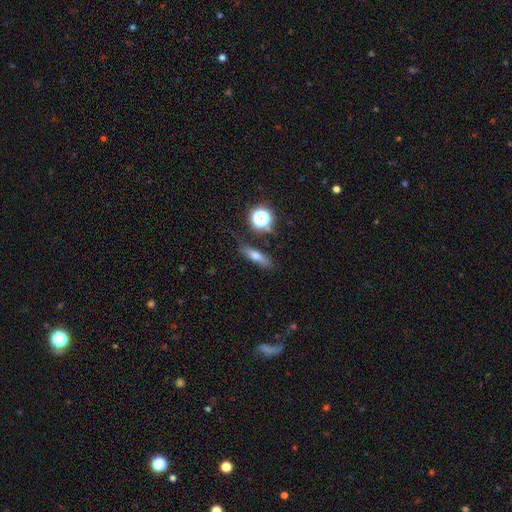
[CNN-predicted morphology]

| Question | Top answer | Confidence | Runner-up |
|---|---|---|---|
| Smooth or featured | smooth | 60% | featured or disk (26%) |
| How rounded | cigar-shaped | 58% | in between (32%) |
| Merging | none | 80% | minor disturbance (14%) |